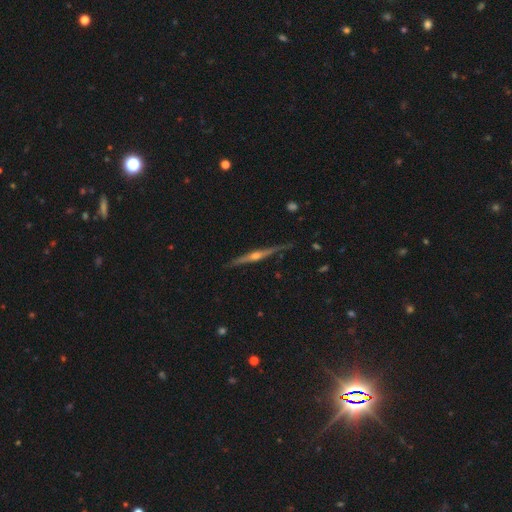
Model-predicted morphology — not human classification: smooth_or_featured: featured or disk (p=0.84) [alt: smooth p=0.10]
disk_edge_on: yes (p=0.98) [alt: no p=0.02]
edge_on_bulge: rounded (p=0.91) [alt: none p=0.05]
merging: none (p=0.86) [alt: minor disturbance p=0.10]